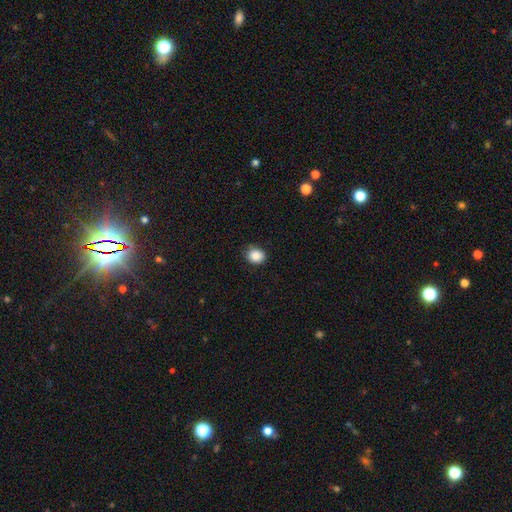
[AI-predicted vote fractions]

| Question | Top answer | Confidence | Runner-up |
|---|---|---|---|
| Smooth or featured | smooth | 87% | star or artifact (9%) |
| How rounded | round | 69% | in between (30%) |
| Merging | none | 79% | minor disturbance (17%) |